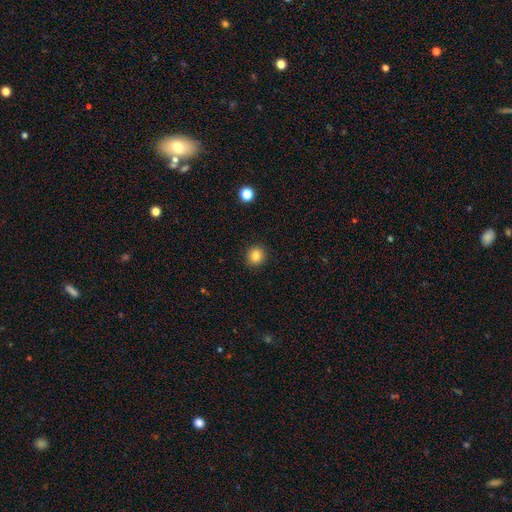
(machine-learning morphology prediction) Smooth or featured?
  - smooth: 84% *
  - star or artifact: 11%
  - featured or disk: 6%
How rounded?
  - round: 89% *
  - in between: 10%
  - cigar-shaped: 1%
Merging?
  - none: 92% *
  - minor disturbance: 5%
  - major disturbance: 2%
  - merger: 1%